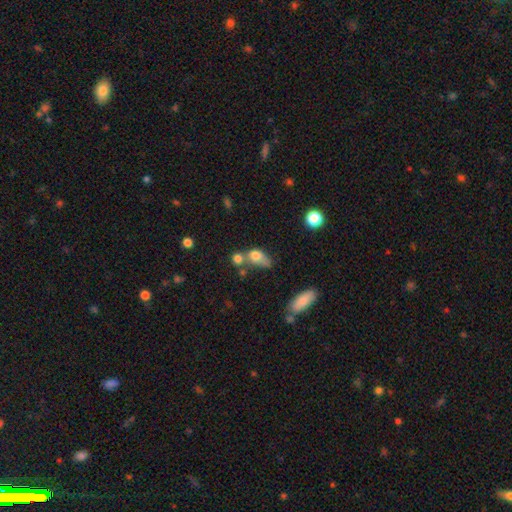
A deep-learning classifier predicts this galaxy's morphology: A smooth galaxy with no disk features (74%) that is in between round and cigar-shaped (64%).

Vote fractions:
- Smooth or featured? smooth: 74% / featured or disk: 16% / star or artifact: 10%
- How rounded? in between: 64% / round: 30% / cigar-shaped: 6%
- Merging? merger: 46% / none: 25% / minor disturbance: 16% / major disturbance: 13%